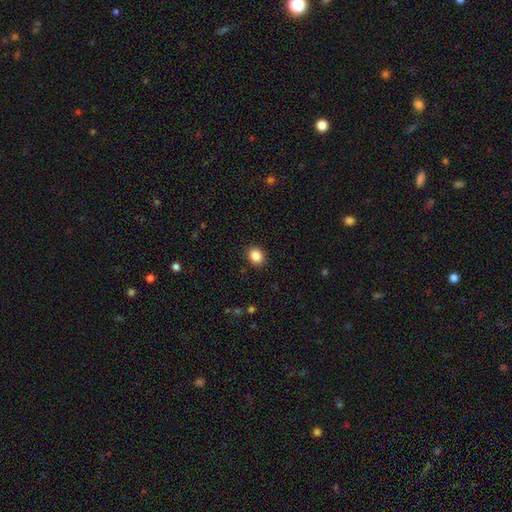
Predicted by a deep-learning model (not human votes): Smooth or featured? Predicted: smooth (p=0.86). How rounded? Predicted: round (p=0.62). Merging? Predicted: none (p=0.90).